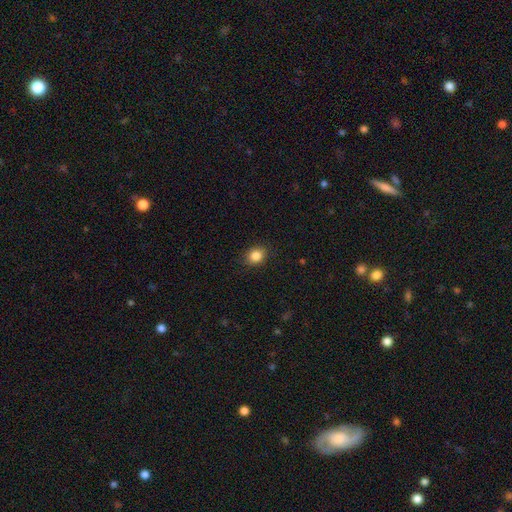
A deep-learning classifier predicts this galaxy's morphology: The model was most divided on "how rounded": round: 52%, in between: 47%, cigar-shaped: 1%. More confident: merging — none (86%); smooth or featured — smooth (85%).